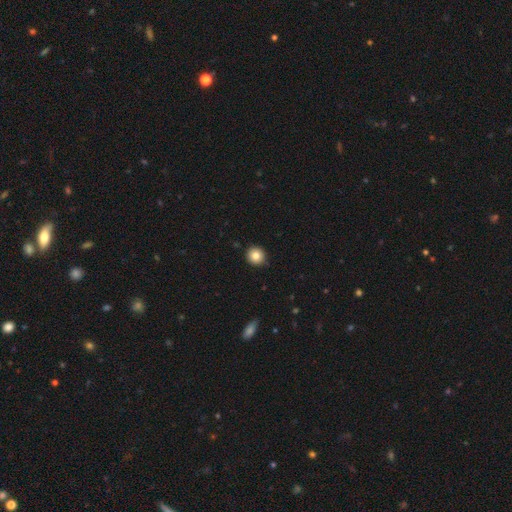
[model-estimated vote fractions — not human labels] A smooth galaxy with no disk features (83%) that is round (94%).

Vote fractions:
- Smooth or featured? smooth: 83% / star or artifact: 10% / featured or disk: 7%
- How rounded? round: 94% / in between: 5% / cigar-shaped: 1%
- Merging? none: 90% / minor disturbance: 7% / major disturbance: 2% / merger: 1%